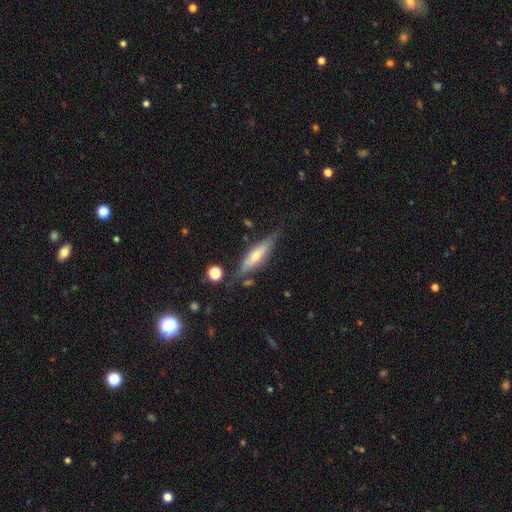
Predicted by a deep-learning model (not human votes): featured or disk 57%, smooth 36%, star or artifact 7%. Down the decision tree: edge-on disk — yes (88%); edge-on bulge — rounded (76%); merging — none (74%).